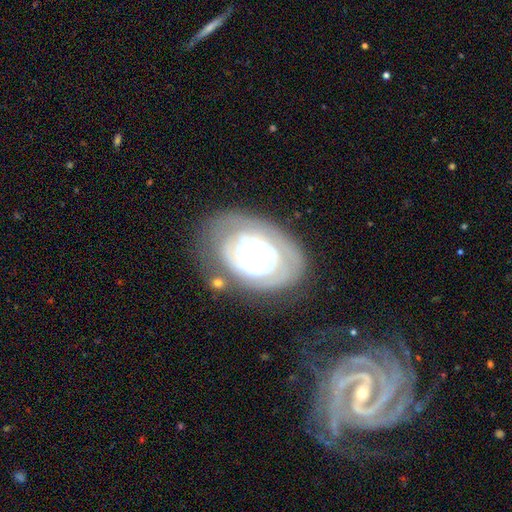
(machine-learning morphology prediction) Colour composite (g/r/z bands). It shows a featured or disk galaxy (80%) with no bar (80%), tight (75%) spiral arms (75%) and a moderate central bulge (47%). Merging: none (61%).